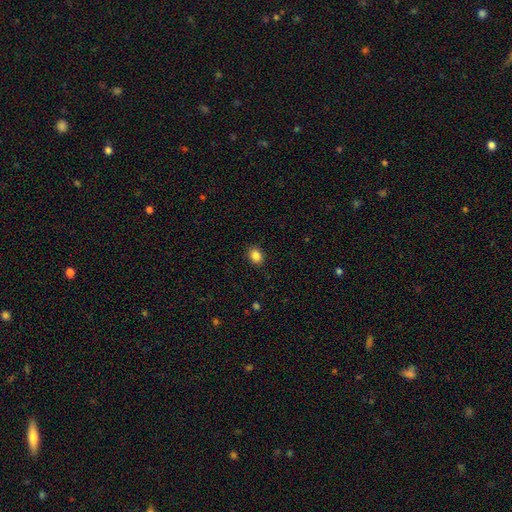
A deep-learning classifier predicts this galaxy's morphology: Smooth or featured? smooth (86%)
How rounded? in between (55%)
Merging? none (89%)